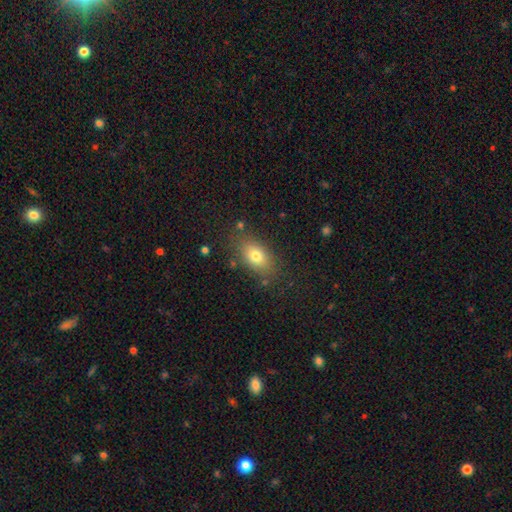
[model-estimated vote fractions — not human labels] A smooth galaxy with no disk features (76%) that is in between round and cigar-shaped (83%). Merging: none (80%).